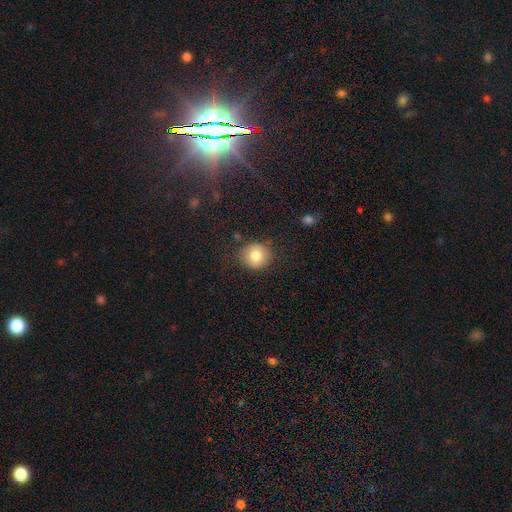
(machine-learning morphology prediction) Smooth or featured? smooth (78%)
How rounded? round (89%)
Merging? none (85%)